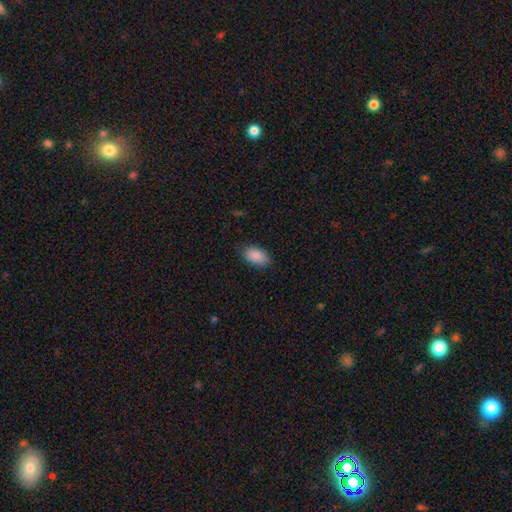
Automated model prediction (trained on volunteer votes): smooth-or-featured: smooth: 90% | star or artifact: 7% | featured or disk: 4%
  how-rounded: in between: 93% | round: 5% | cigar-shaped: 2%
  merging: none: 84% | minor disturbance: 13% | major disturbance: 3% | merger: 1%